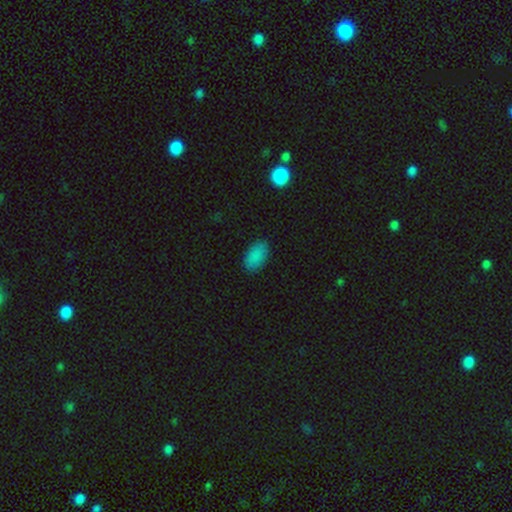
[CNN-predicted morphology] Overall: smooth (88%). How rounded: in between (93%). Merging: none (87%).